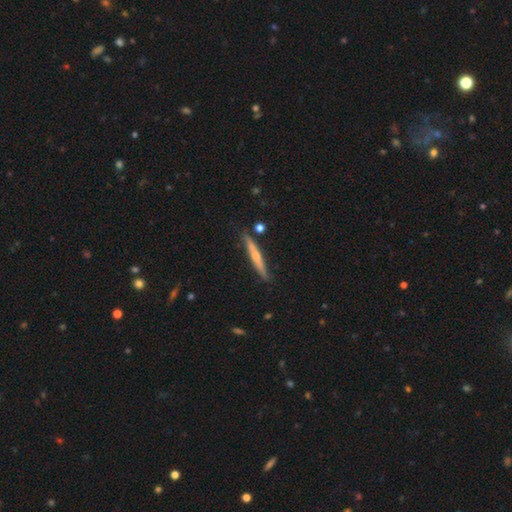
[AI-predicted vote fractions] Morphology: type=featured or disk (61%); edge-on=yes (96%); edge-on bulge=rounded (79%); merging=none (85%).